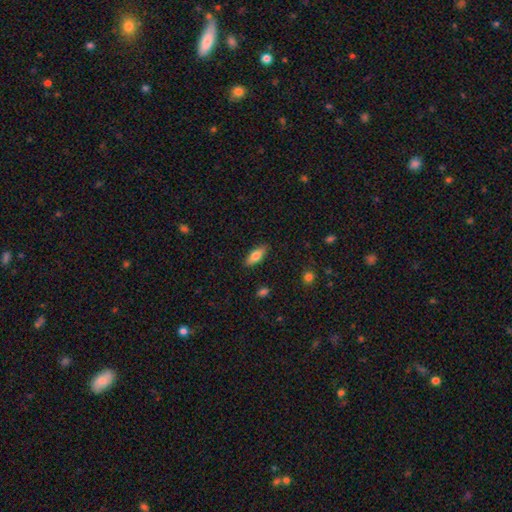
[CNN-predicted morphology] type=smooth (73%); roundness=in between (66%); merging=none (87%).